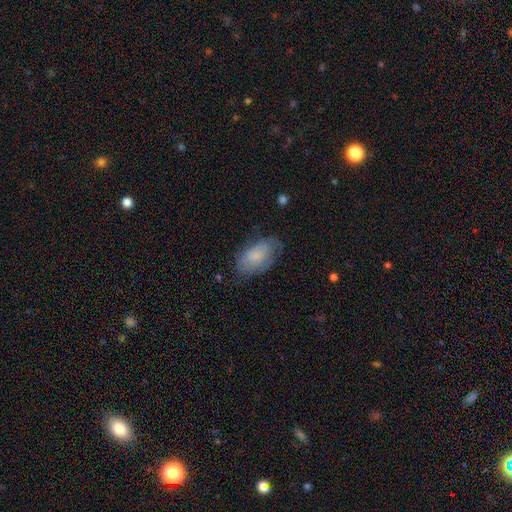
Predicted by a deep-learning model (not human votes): This is likely a smooth galaxy (72%). How rounded: clearly in between (94%). Merging: likely none (66%).